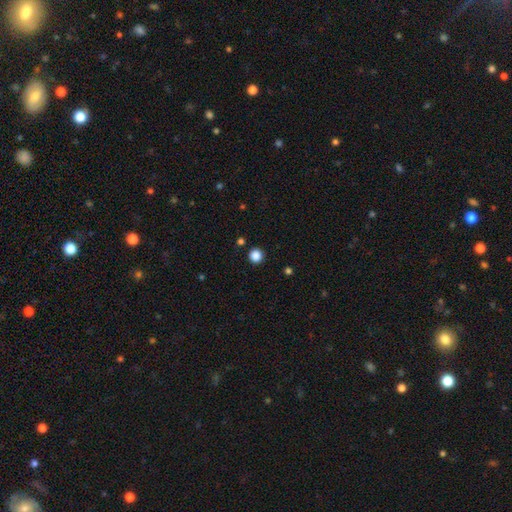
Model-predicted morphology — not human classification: A smooth galaxy with no disk features (86%) that is round (95%).

Vote fractions:
- Smooth or featured? smooth: 86% / star or artifact: 11% / featured or disk: 3%
- How rounded? round: 95% / in between: 4% / cigar-shaped: 1%
- Merging? none: 92% / minor disturbance: 5% / major disturbance: 2% / merger: 2%